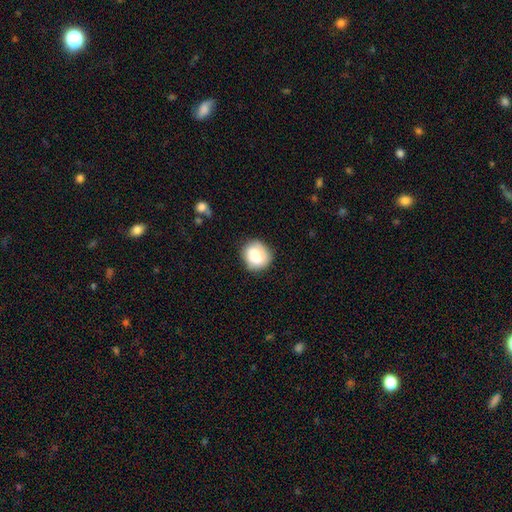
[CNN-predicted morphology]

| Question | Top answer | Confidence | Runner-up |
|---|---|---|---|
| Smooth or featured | smooth | 81% | featured or disk (11%) |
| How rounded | round | 77% | in between (22%) |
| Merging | none | 74% | minor disturbance (19%) |